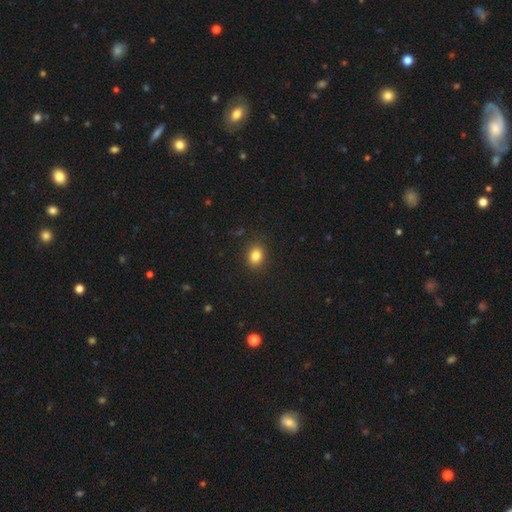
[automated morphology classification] A smooth galaxy with no disk features (84%) that is in between round and cigar-shaped (53%).

Vote fractions:
- Smooth or featured? smooth: 84% / star or artifact: 11% / featured or disk: 6%
- How rounded? in between: 53% / round: 46% / cigar-shaped: 1%
- Merging? none: 88% / minor disturbance: 8% / major disturbance: 2% / merger: 1%